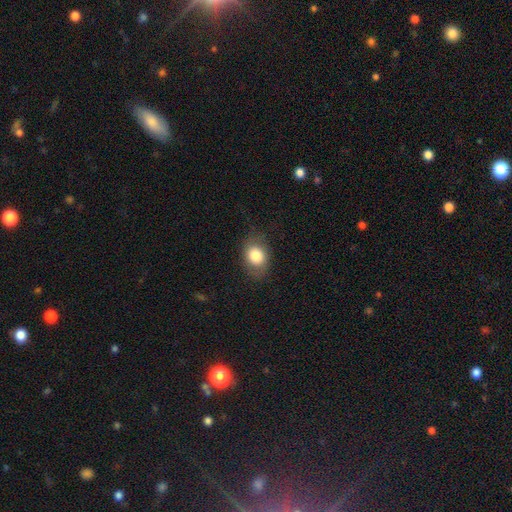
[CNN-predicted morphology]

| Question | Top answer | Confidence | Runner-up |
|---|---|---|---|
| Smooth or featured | smooth | 80% | featured or disk (12%) |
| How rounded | in between | 62% | round (37%) |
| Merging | none | 74% | minor disturbance (18%) |